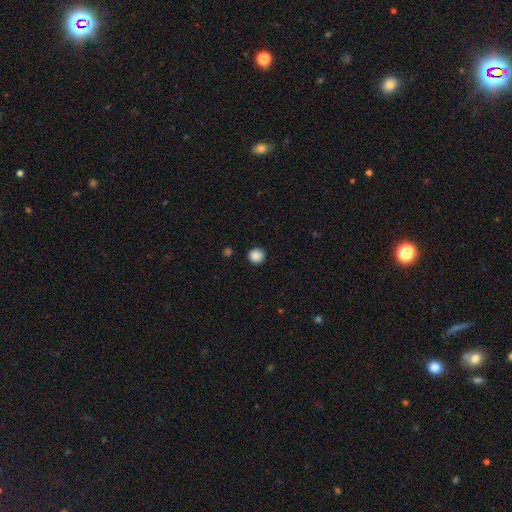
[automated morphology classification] This appears to be a smooth galaxy with no disk features (88%) that is round (90%). Merging: none (89%).